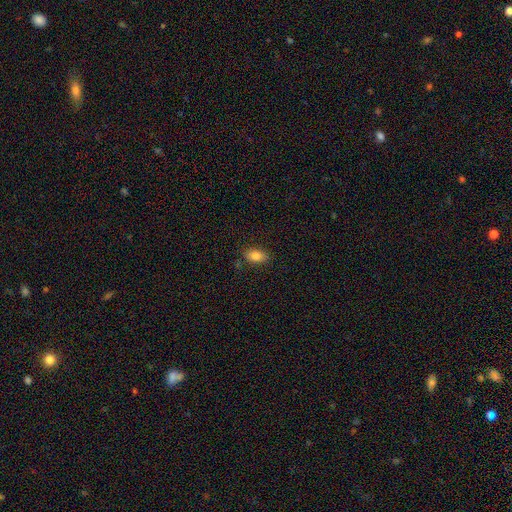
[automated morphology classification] This is clearly a smooth galaxy (83%). How rounded: clearly in between (90%). Merging: clearly none (84%).